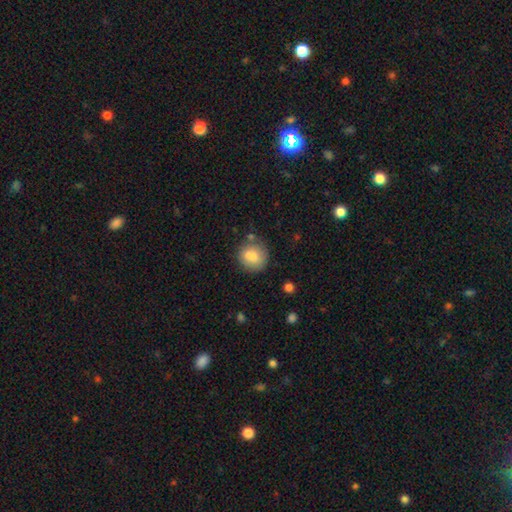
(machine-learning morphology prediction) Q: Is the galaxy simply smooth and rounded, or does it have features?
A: smooth — 78%.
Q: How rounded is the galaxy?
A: round — 82%.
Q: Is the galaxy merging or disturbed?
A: none — 66%.